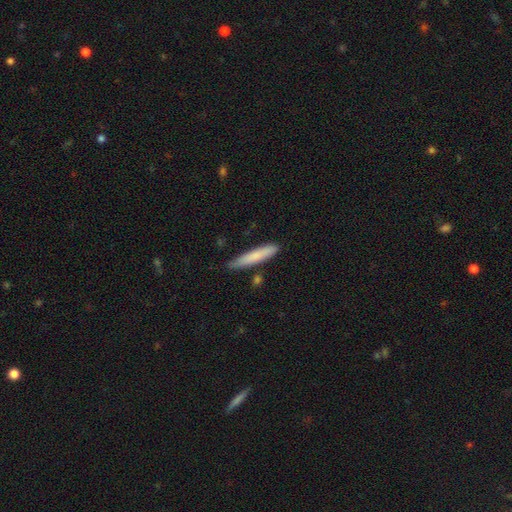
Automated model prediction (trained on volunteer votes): Q: Smooth or featured?
A: smooth (76%); runner-up: featured or disk (18%)
Q: How rounded?
A: cigar-shaped (93%); runner-up: in between (6%)
Q: Merging?
A: none (79%); runner-up: minor disturbance (15%)